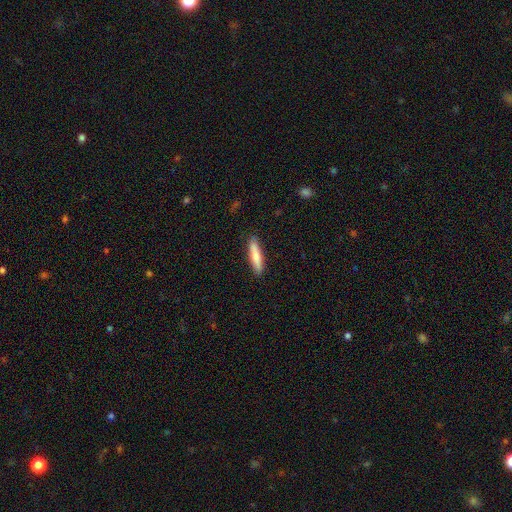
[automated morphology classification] Smooth or featured?
  - smooth: 75% *
  - featured or disk: 20%
  - star or artifact: 5%
How rounded?
  - cigar-shaped: 84% *
  - in between: 15%
  - round: 1%
Merging?
  - none: 88% *
  - minor disturbance: 9%
  - major disturbance: 2%
  - merger: 1%